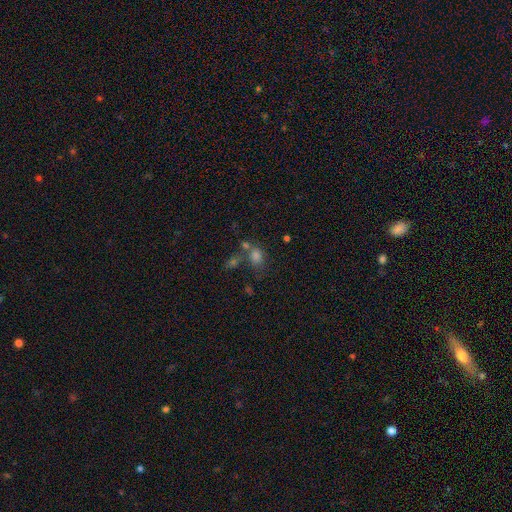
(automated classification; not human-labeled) This appears to be a smooth galaxy with no disk features (69%) that is in between round and cigar-shaped (66%). Merging: none (50%).